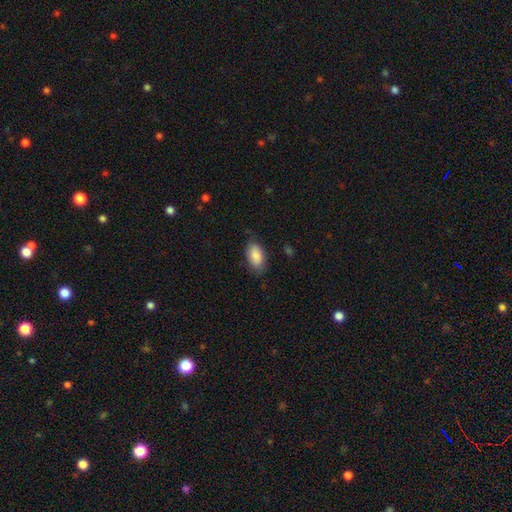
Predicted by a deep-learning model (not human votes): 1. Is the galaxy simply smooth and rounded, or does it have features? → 88% smooth, 6% star or artifact, 6% featured or disk.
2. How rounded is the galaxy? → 93% in between, 5% round, 2% cigar-shaped.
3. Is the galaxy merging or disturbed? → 77% none, 18% minor disturbance, 4% major disturbance, 1% merger.